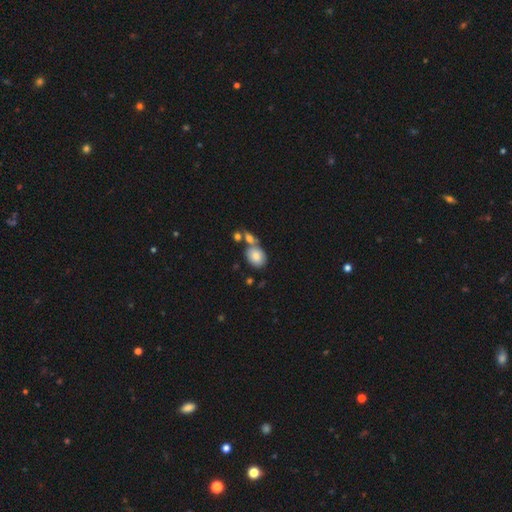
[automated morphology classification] This is clearly a smooth galaxy (81%). How rounded: likely in between (62%). Merging: possibly none (52%).